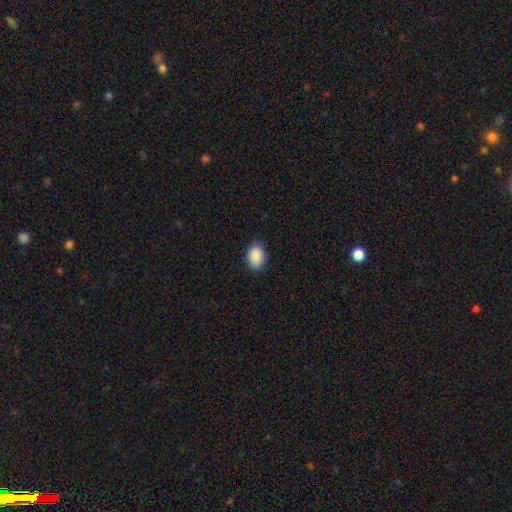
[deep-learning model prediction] A smooth galaxy with no disk features (90%) that is in between round and cigar-shaped (84%).

Vote fractions:
- Smooth or featured? smooth: 90% / star or artifact: 7% / featured or disk: 3%
- How rounded? in between: 84% / round: 15% / cigar-shaped: 1%
- Merging? none: 85% / minor disturbance: 12% / major disturbance: 2% / merger: 1%